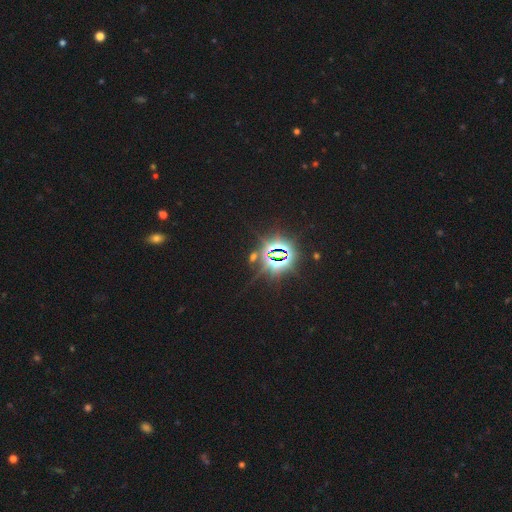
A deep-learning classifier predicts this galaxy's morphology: This appears to be a star or artifact, not a galaxy (84%).